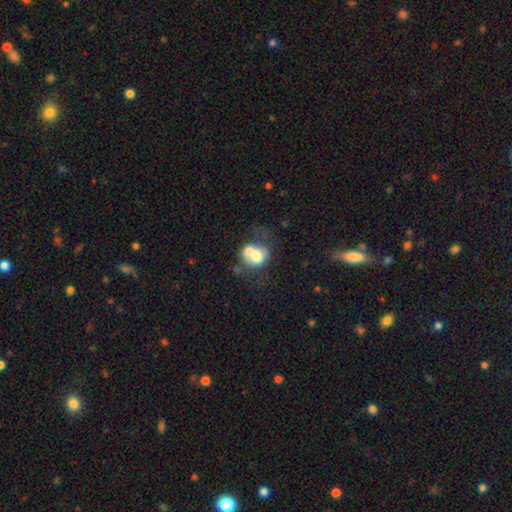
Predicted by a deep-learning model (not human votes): Morphology: type=smooth (57%); roundness=round (59%); merging=merger (51%).